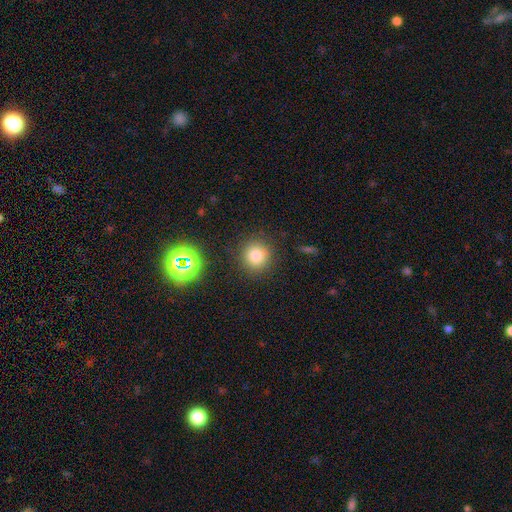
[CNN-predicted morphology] The model was most divided on "smooth or featured": smooth: 78%, star or artifact: 15%, featured or disk: 7%. More confident: how rounded — round (92%); merging — none (87%).